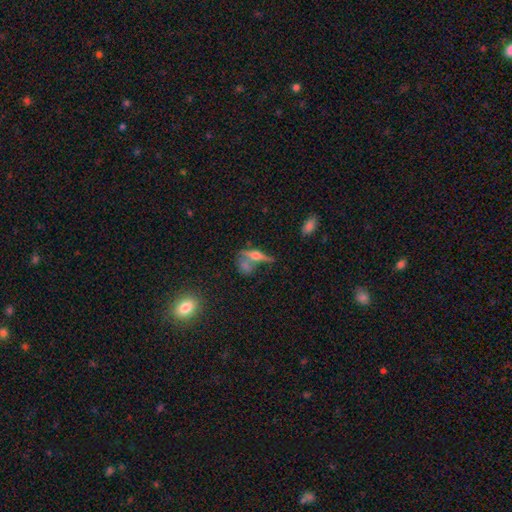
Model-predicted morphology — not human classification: Smooth or featured? Predicted: featured or disk (p=0.51). Edge-on disk? Predicted: yes (p=0.83). Merging? Predicted: none (p=0.46).